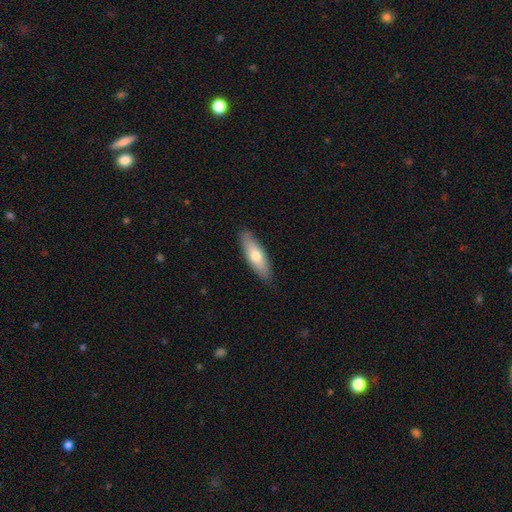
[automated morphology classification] Overall: smooth (67%; featured or disk 28%). How rounded: in between (51%; cigar-shaped 47%). Merging: none (87%).